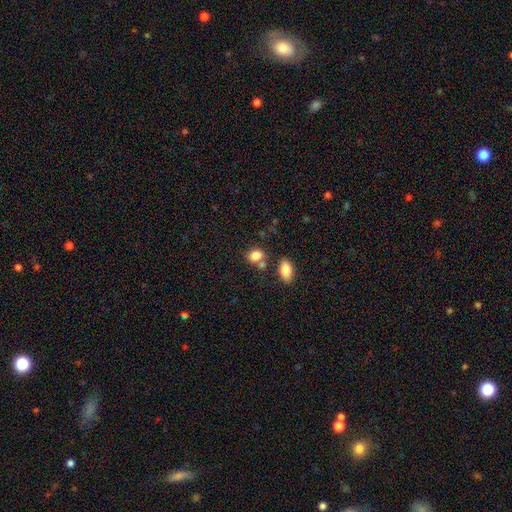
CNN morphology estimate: A smooth galaxy with no disk features (84%) that is in between round and cigar-shaped (63%). Merging: none (58%).